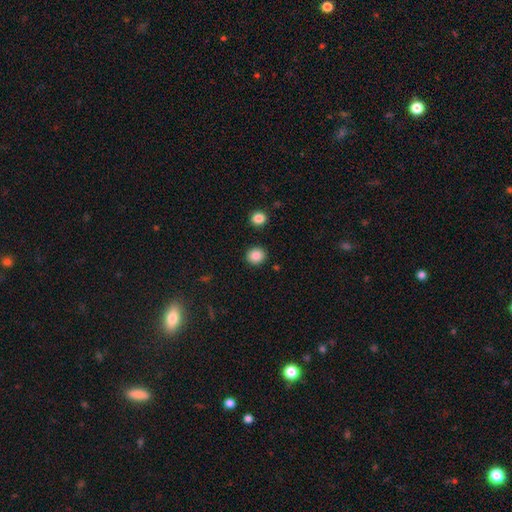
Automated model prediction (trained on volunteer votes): Morphology: type=smooth (87%); roundness=round (88%); merging=none (90%).